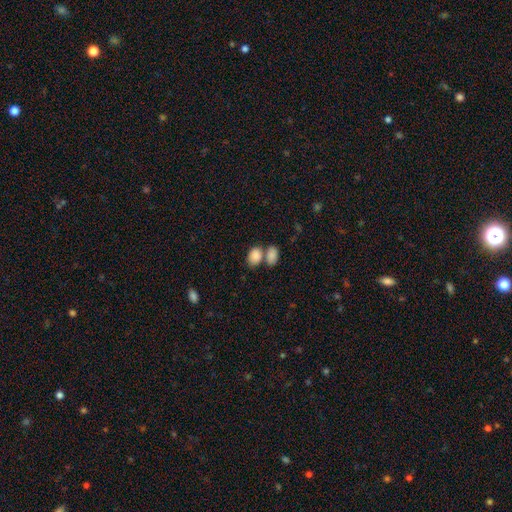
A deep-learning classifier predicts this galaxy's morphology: smooth 86%, star or artifact 7%, featured or disk 6%. Down the decision tree: how rounded — in between (84%); merging — merger (47%).